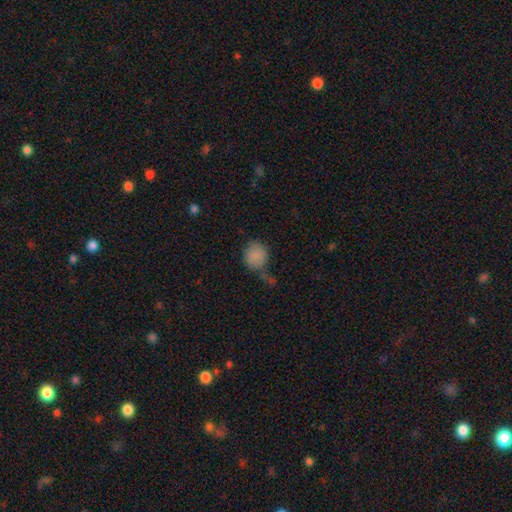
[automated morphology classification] Smooth or featured? smooth (85%)
How rounded? round (78%)
Merging? none (61%)